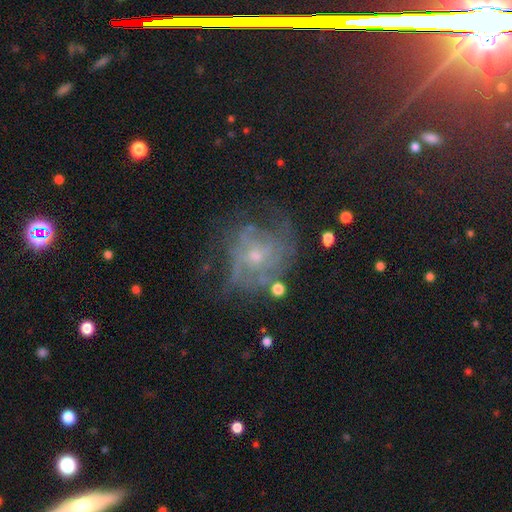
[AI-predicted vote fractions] smooth-or-featured: featured or disk: 70% | smooth: 18% | star or artifact: 12%
  disk-edge-on: no: 97% | yes: 3%
    bar: no: 78% | weak: 19% | strong: 3%
    has-spiral-arms: yes: 67% | no: 33%
    bulge-size: small: 63% | moderate: 31% | none: 4% | large: 2% | dominant: 1%
  merging: none: 49% | major disturbance: 26% | minor disturbance: 22% | merger: 4%